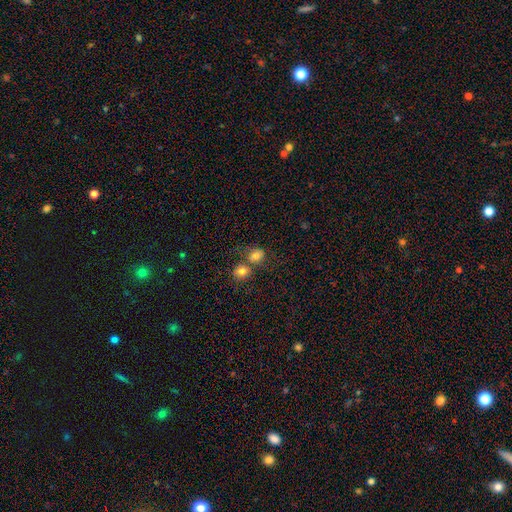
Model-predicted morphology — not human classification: This appears to be a smooth galaxy with no disk features (79%) that is round (60%). Merging: merger (42%, tied with none).